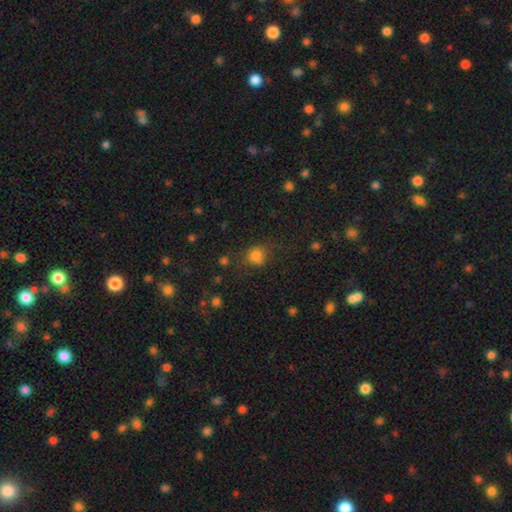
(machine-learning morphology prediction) Smooth or featured: smooth — 79% (star or artifact — 15%)
How rounded: round — 76% (in between — 23%)
Merging: none — 66% (minor disturbance — 19%)